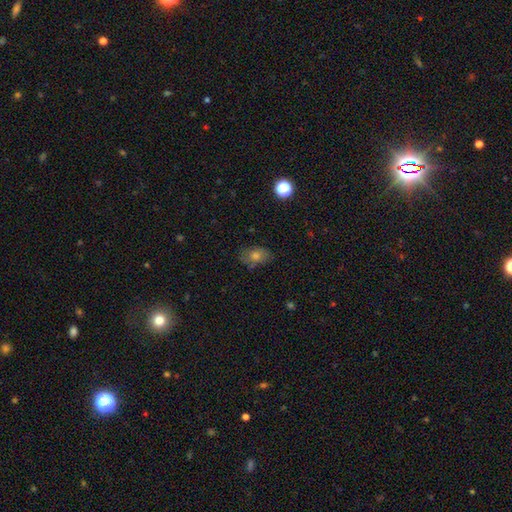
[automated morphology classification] Smooth or featured? smooth (62%)
How rounded? in between (72%)
Merging? none (76%)